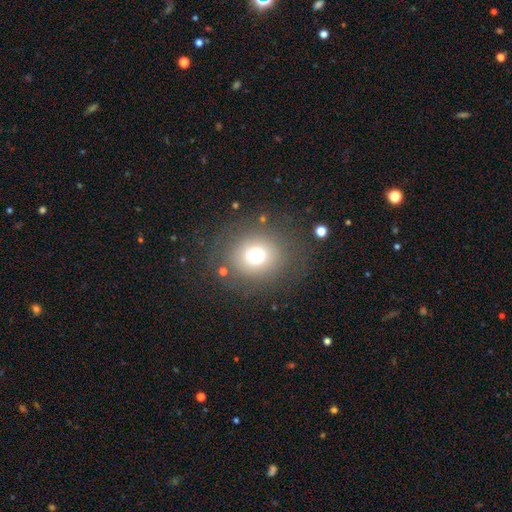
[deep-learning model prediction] Morphology: type=smooth (69%); roundness=round (81%); merging=none (79%).